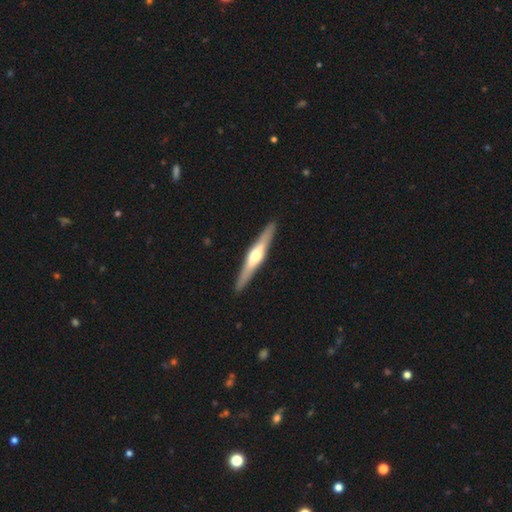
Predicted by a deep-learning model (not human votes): Smooth or featured? Predicted: featured or disk (p=0.71). Edge-on disk? Predicted: yes (p=0.97). Edge-on bulge? Predicted: rounded (p=0.91). Merging? Predicted: none (p=0.91).